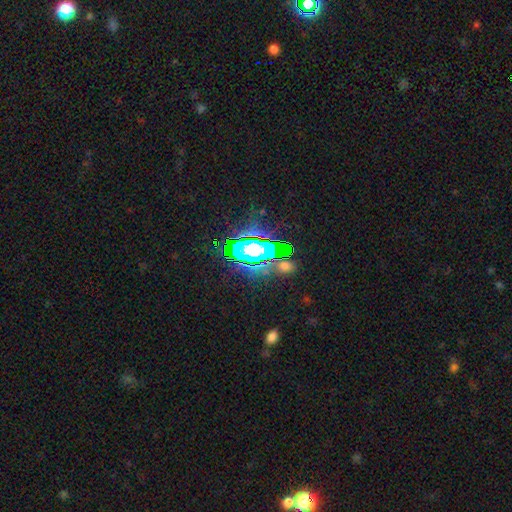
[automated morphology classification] smooth_or_featured: star or artifact (p=0.67) [alt: smooth p=0.17]